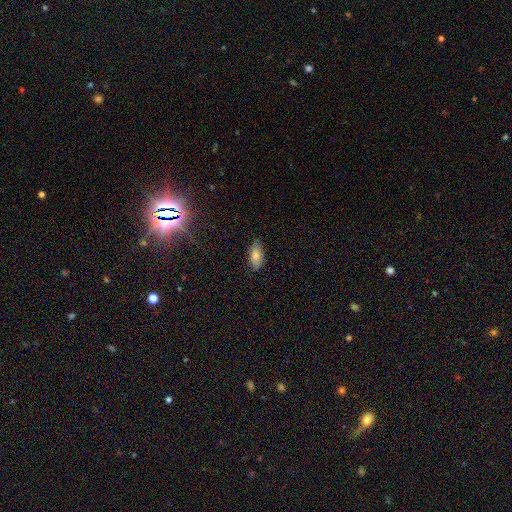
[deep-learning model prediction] Q: Smooth or featured?
A: smooth (81%); runner-up: featured or disk (12%)
Q: How rounded?
A: in between (88%); runner-up: cigar-shaped (10%)
Q: Merging?
A: none (81%); runner-up: minor disturbance (15%)